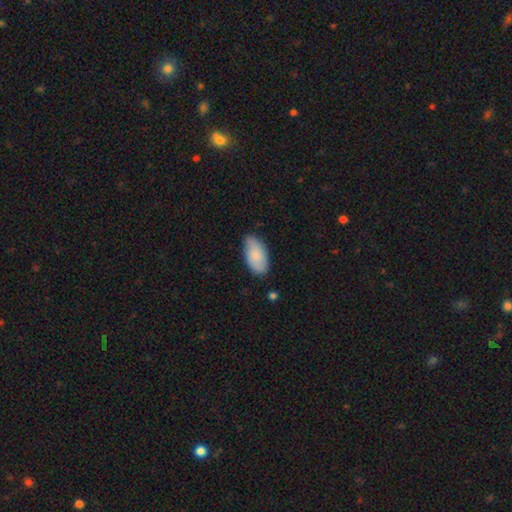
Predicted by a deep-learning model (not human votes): This appears to be a smooth galaxy with no disk features (78%) that is in between round and cigar-shaped (95%). Merging: none (75%).